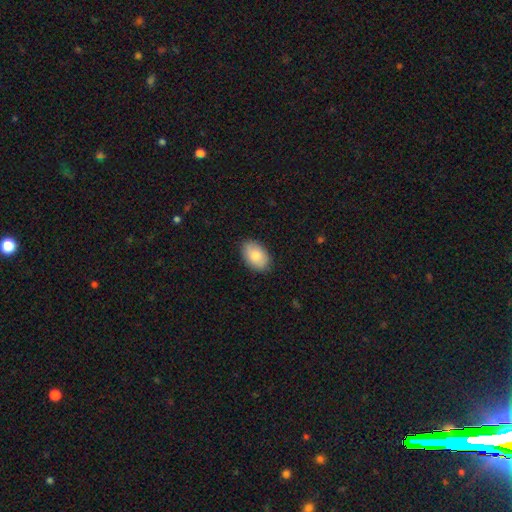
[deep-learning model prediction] smooth 83%, featured or disk 11%, star or artifact 6%. Down the decision tree: how rounded — in between (88%); merging — none (87%).